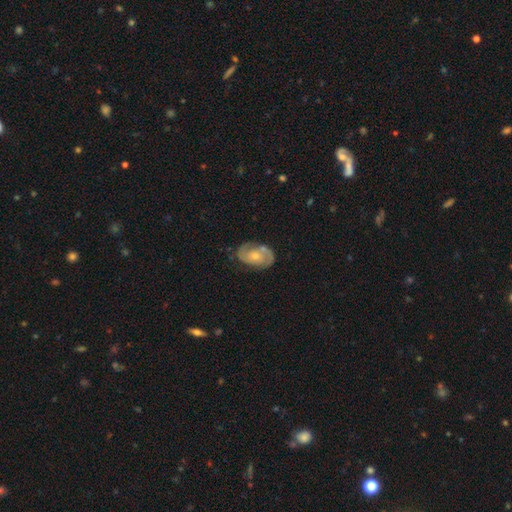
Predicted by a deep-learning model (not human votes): The model was most divided on "bulge size": moderate: 49%, small: 45%, large: 3%, none: 3%, dominant: 1%. Remaining: edge-on disk — no (97%); spiral arms — yes (92%); spiral arm count — 2 (85%); smooth or featured — featured or disk (79%); merging — none (72%); bar — no (66%); spiral winding — medium (45%).